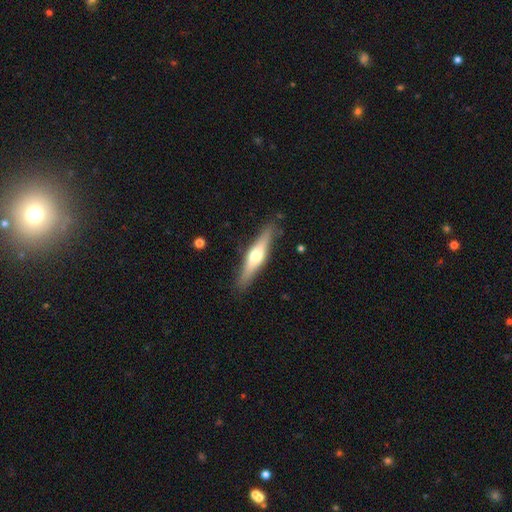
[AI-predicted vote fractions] featured or disk 57%, smooth 38%, star or artifact 5%. Down the decision tree: edge-on disk — yes (94%); edge-on bulge — rounded (91%); merging — none (87%).